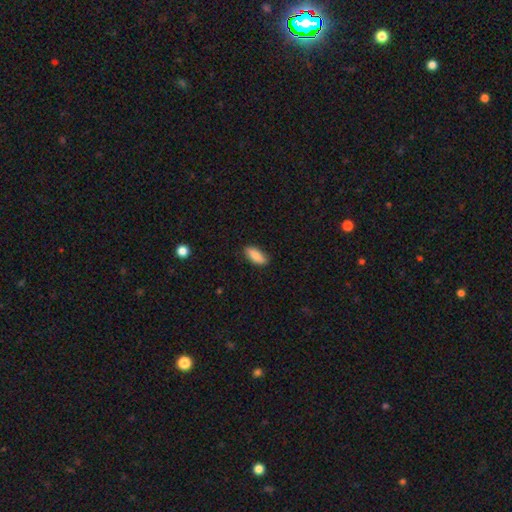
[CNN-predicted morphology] Overall: smooth (87%). How rounded: in between (79%). Merging: none (86%).